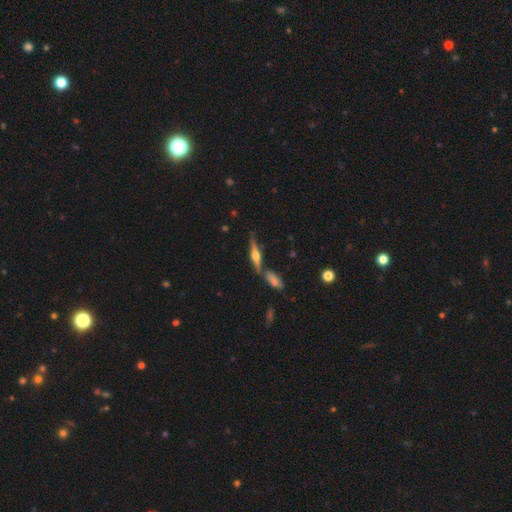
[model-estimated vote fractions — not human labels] featured or disk 75%, smooth 18%, star or artifact 7%. Down the decision tree: edge-on disk — yes (97%); edge-on bulge — rounded (91%); merging — none (75%).